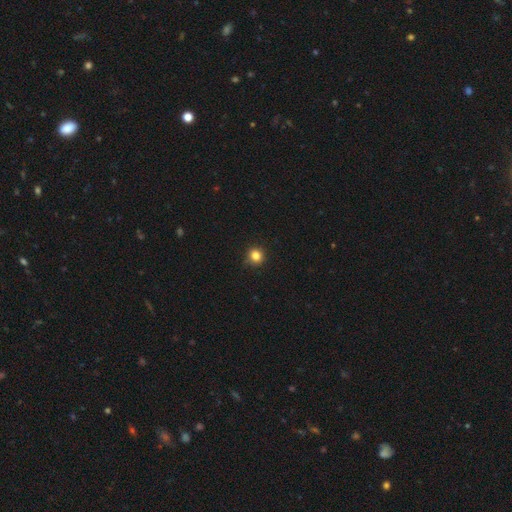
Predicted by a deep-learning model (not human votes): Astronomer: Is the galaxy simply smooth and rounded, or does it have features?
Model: smooth — 84%.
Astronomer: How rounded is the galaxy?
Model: round — 94%.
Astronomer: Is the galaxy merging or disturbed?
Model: none — 91%.